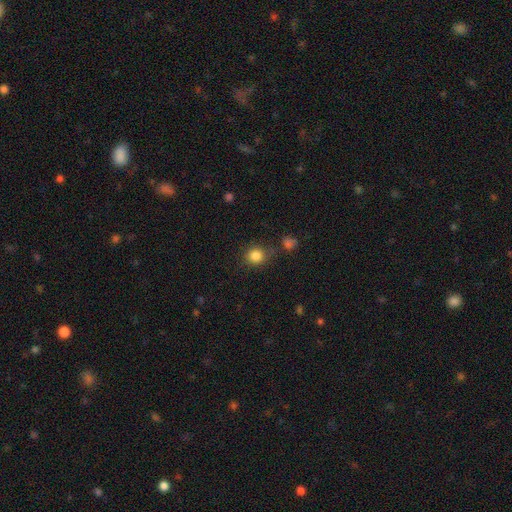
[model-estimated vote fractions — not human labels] Smooth or featured? Predicted: smooth (p=0.84). How rounded? Predicted: round (p=0.86). Merging? Predicted: none (p=0.80).